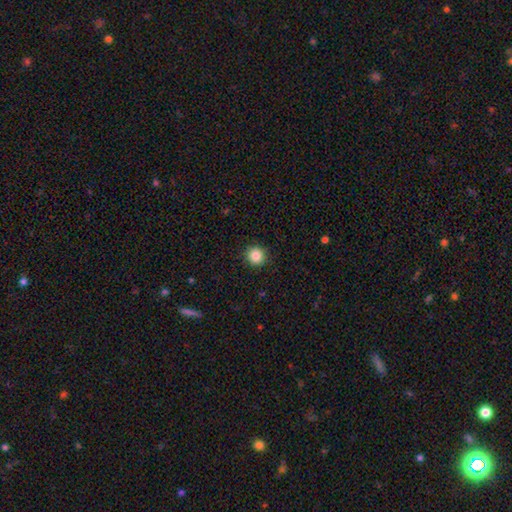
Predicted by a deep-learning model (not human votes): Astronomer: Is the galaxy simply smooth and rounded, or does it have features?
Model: smooth — 86%.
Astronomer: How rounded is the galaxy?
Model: round — 93%.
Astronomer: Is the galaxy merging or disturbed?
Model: none — 92%.